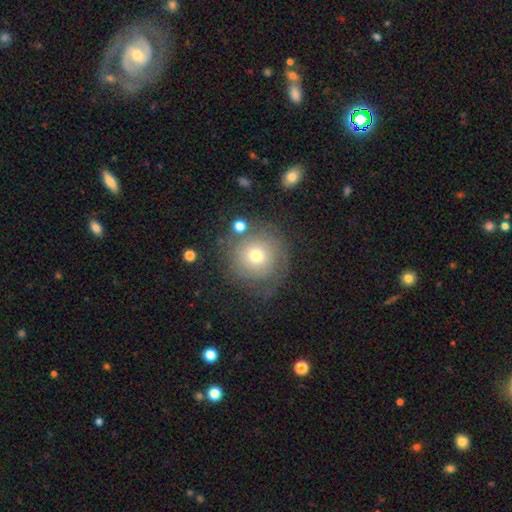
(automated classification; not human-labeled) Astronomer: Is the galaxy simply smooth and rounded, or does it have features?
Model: smooth — 49% (runner-up: featured or disk, 40%).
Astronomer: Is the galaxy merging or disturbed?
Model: none — 70%.